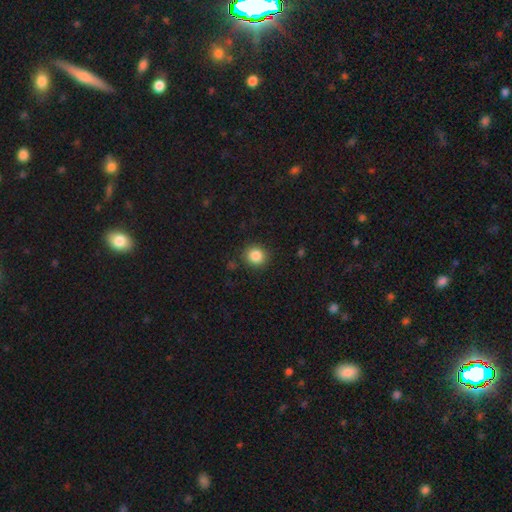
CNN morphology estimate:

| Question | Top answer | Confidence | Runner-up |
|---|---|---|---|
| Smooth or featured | smooth | 86% | star or artifact (10%) |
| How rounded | round | 89% | in between (10%) |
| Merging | none | 89% | minor disturbance (7%) |